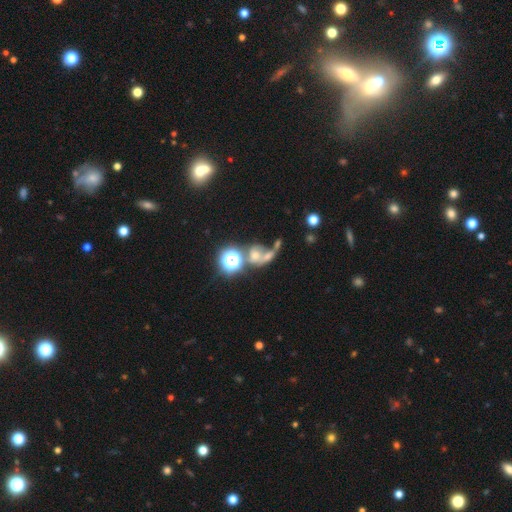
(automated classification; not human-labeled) Smooth or featured: smooth — 45% (featured or disk — 29%)
Merging: merger — 47% (none — 22%)